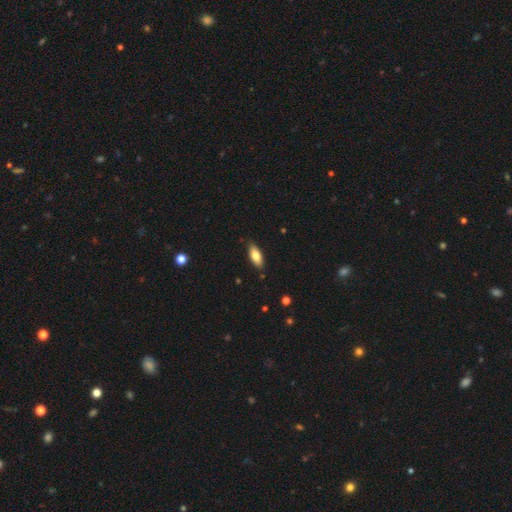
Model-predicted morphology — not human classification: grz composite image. It shows a smooth galaxy with no disk features (80%) that is in between round and cigar-shaped (80%). Merging: none (86%).